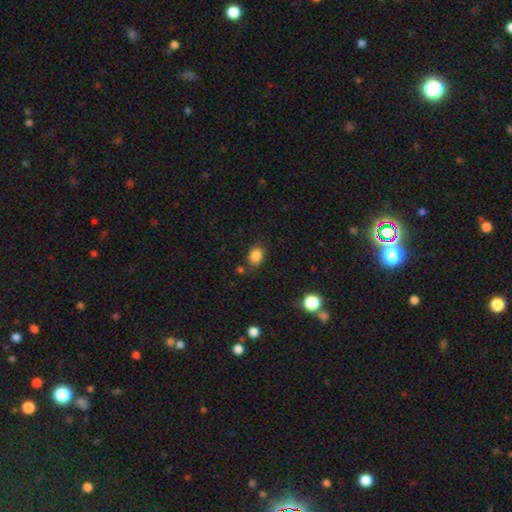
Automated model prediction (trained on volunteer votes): Overall: smooth (84%). How rounded: round (56%; in between 43%). Merging: none (74%).